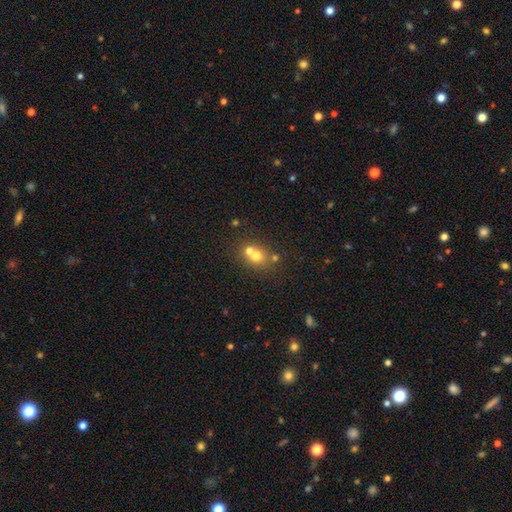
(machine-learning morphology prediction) Smooth or featured: smooth — 66% (featured or disk — 18%)
How rounded: round — 72% (in between — 26%)
Merging: merger — 46% (none — 43%)